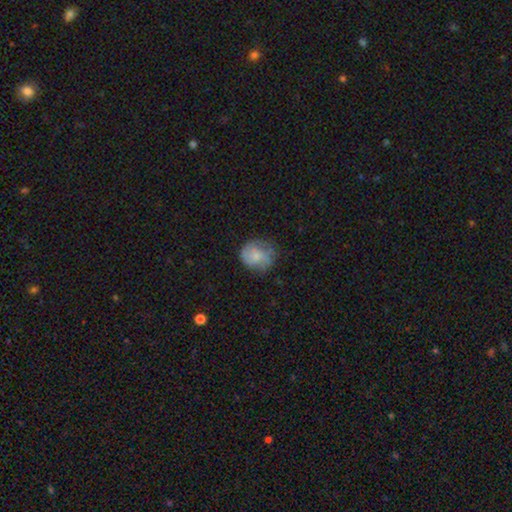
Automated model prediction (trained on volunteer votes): The model was most divided on "merging": none: 59%, minor disturbance: 28%, major disturbance: 11%, merger: 1%. More confident: how rounded — round (76%); smooth or featured — smooth (62%).